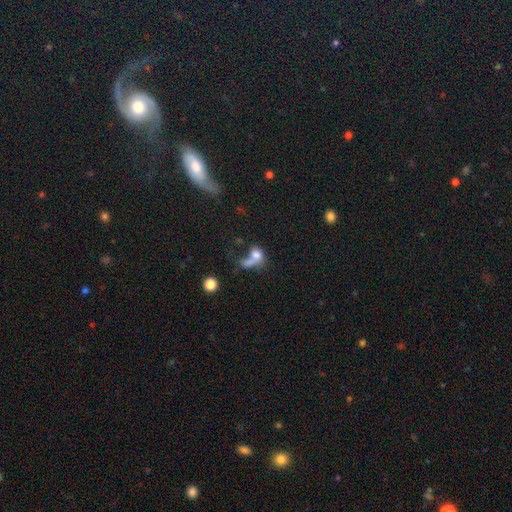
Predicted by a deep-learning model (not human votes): This is likely a smooth galaxy (70%). How rounded: possibly in between (56%). Merging: possibly merger (51%).